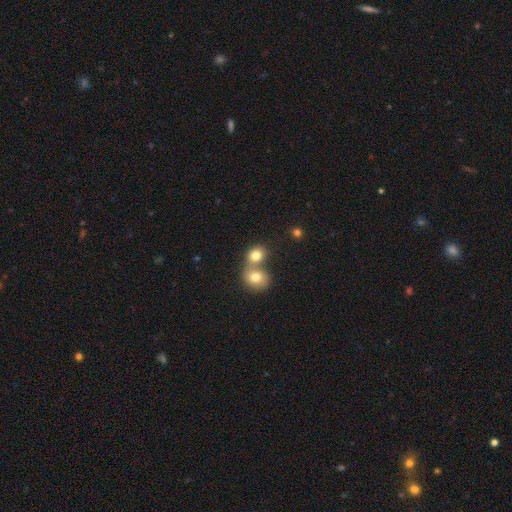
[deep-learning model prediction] A smooth galaxy with no disk features (78%) that is round (71%). Merging: merger (59%).